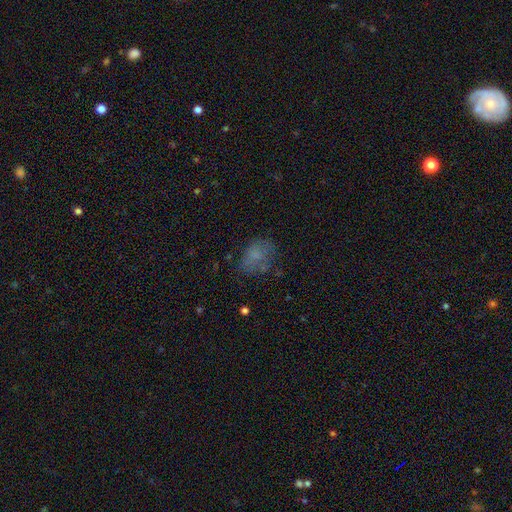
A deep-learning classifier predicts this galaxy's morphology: Overall: smooth (63%). How rounded: in between (69%; round 29%). Merging: none (53%; minor disturbance 24%).